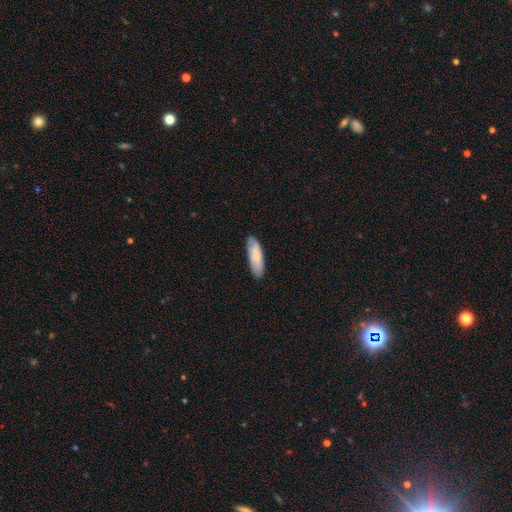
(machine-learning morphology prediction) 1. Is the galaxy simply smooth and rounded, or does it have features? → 77% smooth, 17% featured or disk, 6% star or artifact.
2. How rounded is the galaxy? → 50% in between, 49% cigar-shaped, 1% round.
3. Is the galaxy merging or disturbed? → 83% none, 13% minor disturbance, 2% major disturbance, 1% merger.